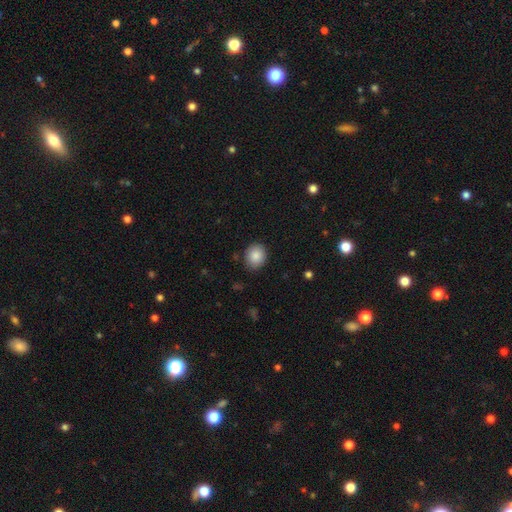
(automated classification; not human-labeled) smooth_or_featured: smooth (p=0.87) [alt: star or artifact p=0.08]
how_rounded: round (p=0.66) [alt: in between p=0.33]
merging: none (p=0.85) [alt: minor disturbance p=0.11]